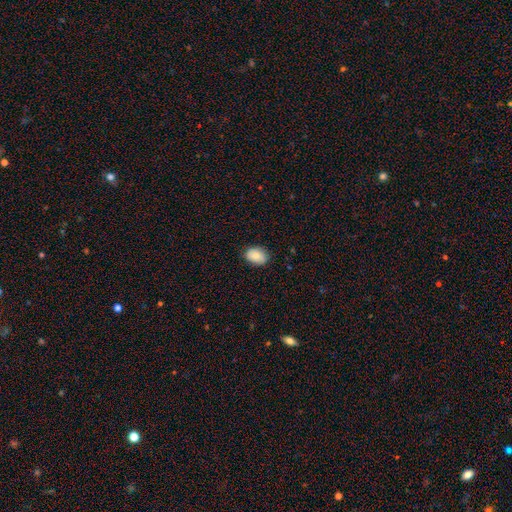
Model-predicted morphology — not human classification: smooth-or-featured: smooth: 84% | featured or disk: 9% | star or artifact: 7%
  how-rounded: in between: 79% | round: 20% | cigar-shaped: 1%
  merging: none: 84% | minor disturbance: 12% | major disturbance: 2% | merger: 1%